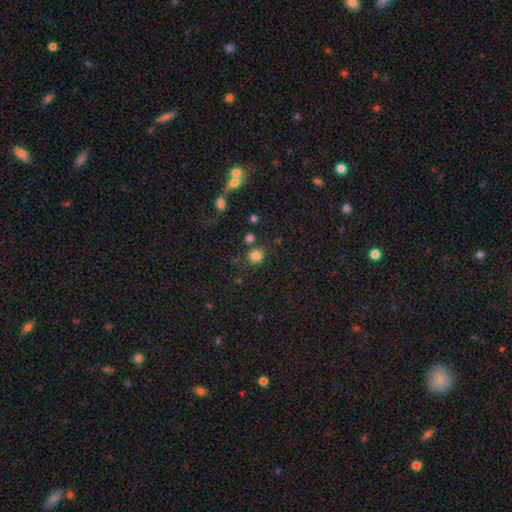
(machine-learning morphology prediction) Smooth or featured?
  - smooth: 82% *
  - star or artifact: 13%
  - featured or disk: 5%
How rounded?
  - round: 80% *
  - in between: 19%
  - cigar-shaped: 1%
Merging?
  - none: 74% *
  - minor disturbance: 11%
  - merger: 10%
  - major disturbance: 5%